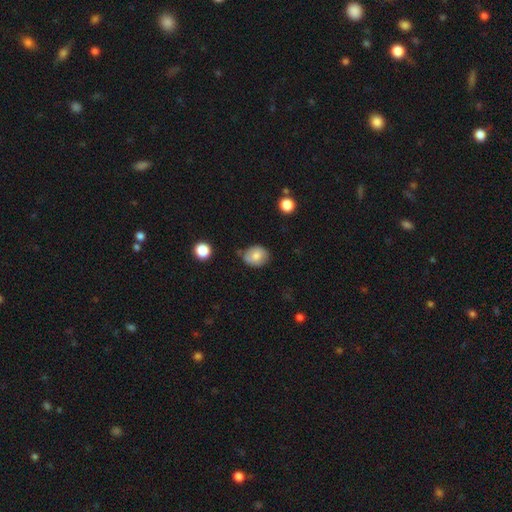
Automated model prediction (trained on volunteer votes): Overall: smooth (76%). How rounded: round (61%; in between 38%). Merging: none (66%).